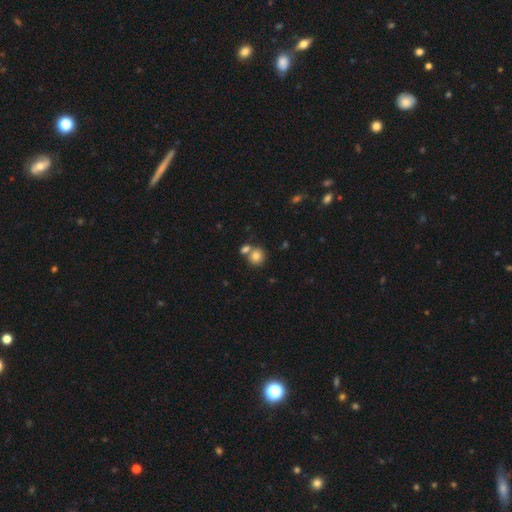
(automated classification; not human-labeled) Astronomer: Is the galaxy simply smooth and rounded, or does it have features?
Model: smooth — 82%.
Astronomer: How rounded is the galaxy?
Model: round — 82%.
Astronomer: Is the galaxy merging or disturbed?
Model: none — 53% (runner-up: merger, 34%).